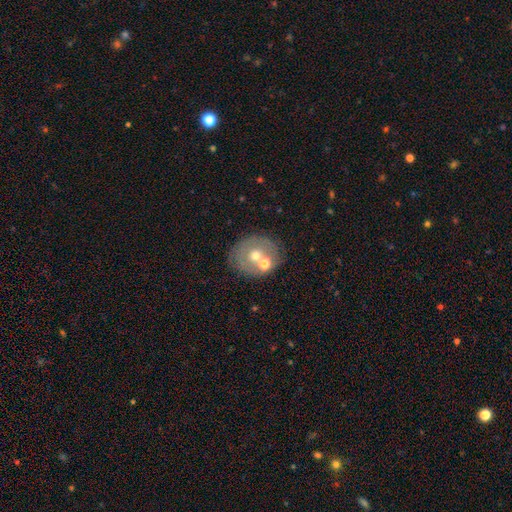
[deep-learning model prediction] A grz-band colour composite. It shows a featured or disk galaxy (50%). Merging: none (64%).